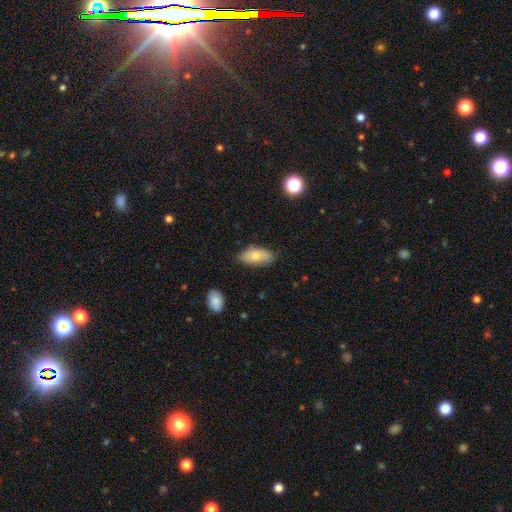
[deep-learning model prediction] Smooth or featured: smooth — 75% (featured or disk — 17%)
How rounded: in between — 92% (cigar-shaped — 5%)
Merging: none — 74% (minor disturbance — 21%)